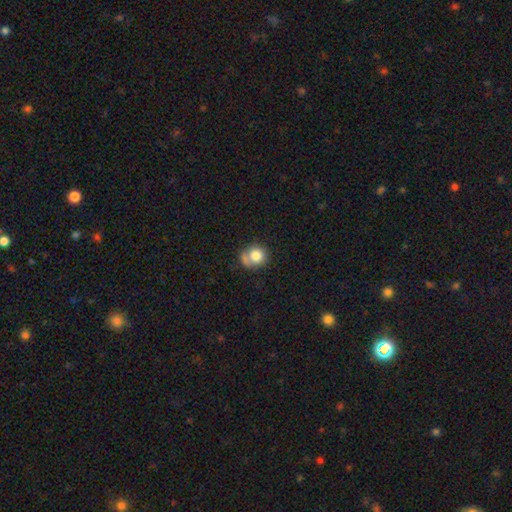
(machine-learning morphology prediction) Smooth or featured? Predicted: smooth (p=0.78). How rounded? Predicted: round (p=0.79). Merging? Predicted: none (p=0.47).